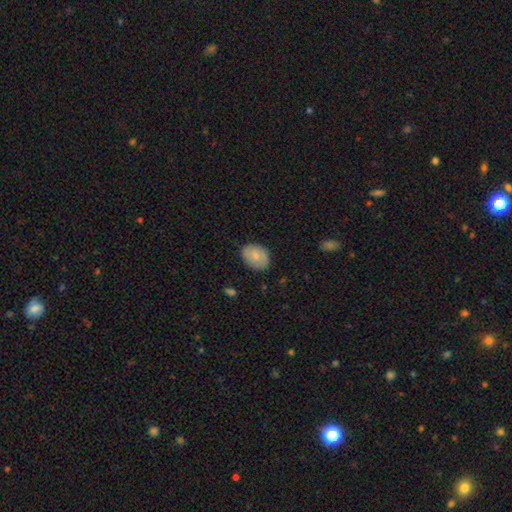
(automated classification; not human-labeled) A smooth galaxy with no disk features (77%) that is in between round and cigar-shaped (68%). Merging: none (80%).